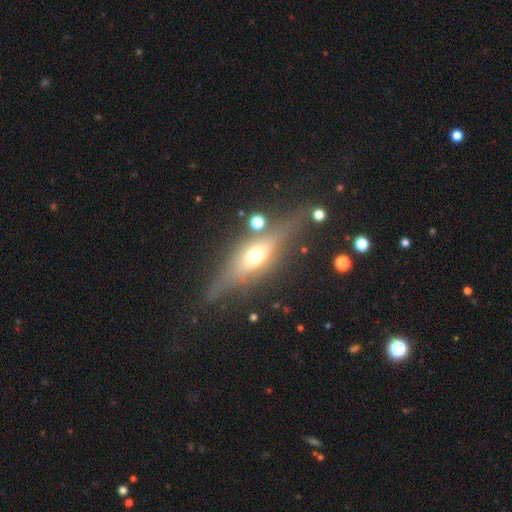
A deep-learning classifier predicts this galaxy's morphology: type=featured or disk (67%); edge-on=yes (88%); edge-on bulge=rounded (91%); merging=none (76%).